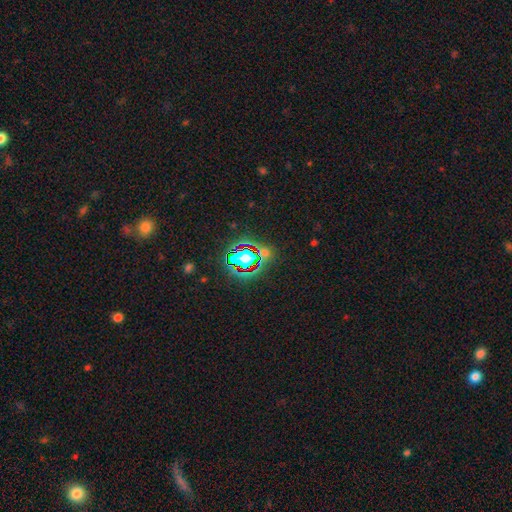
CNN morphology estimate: A star or artifact, not a galaxy (81%).